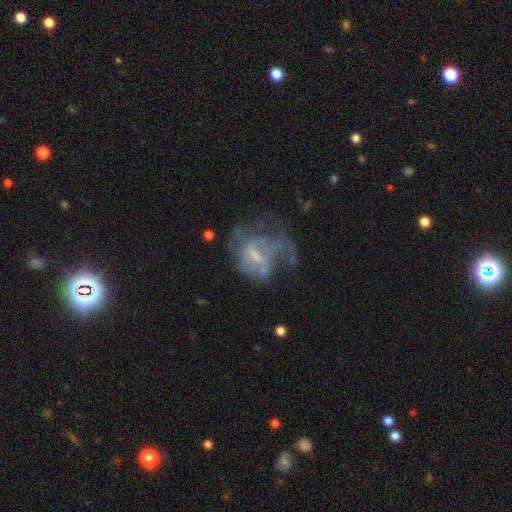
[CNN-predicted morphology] A featured or disk galaxy (61%) with no bar (45%), no spiral arms (65%) and a small central bulge (37%). Merging: major disturbance (48%).